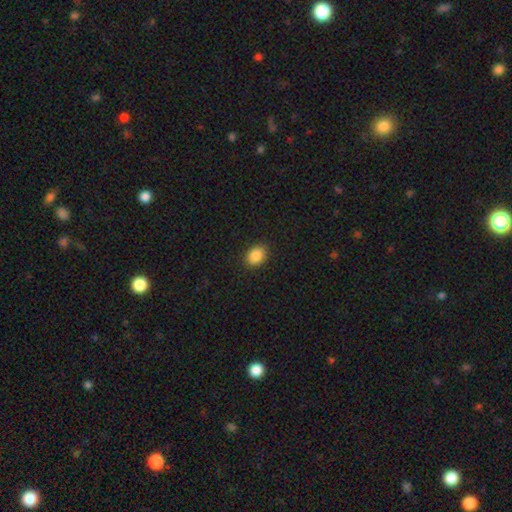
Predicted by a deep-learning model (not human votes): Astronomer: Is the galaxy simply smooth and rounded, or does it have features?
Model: smooth — 88%.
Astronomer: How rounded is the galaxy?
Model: in between — 65%.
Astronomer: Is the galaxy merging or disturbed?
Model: none — 88%.